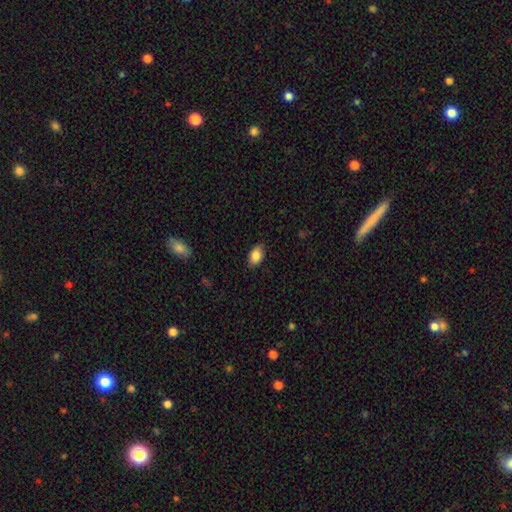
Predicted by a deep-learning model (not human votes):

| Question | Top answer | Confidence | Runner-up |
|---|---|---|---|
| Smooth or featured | smooth | 84% | featured or disk (8%) |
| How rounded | in between | 88% | round (10%) |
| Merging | none | 84% | minor disturbance (13%) |